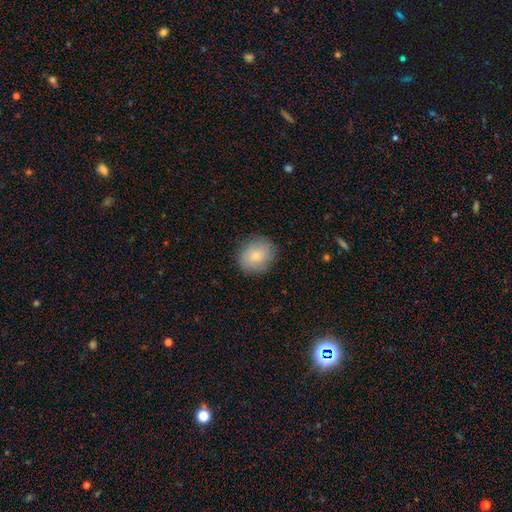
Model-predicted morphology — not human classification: Smooth or featured?
  - smooth: 80% *
  - featured or disk: 13%
  - star or artifact: 7%
How rounded?
  - round: 70% *
  - in between: 29%
  - cigar-shaped: 1%
Merging?
  - none: 83% *
  - minor disturbance: 13%
  - major disturbance: 3%
  - merger: 1%